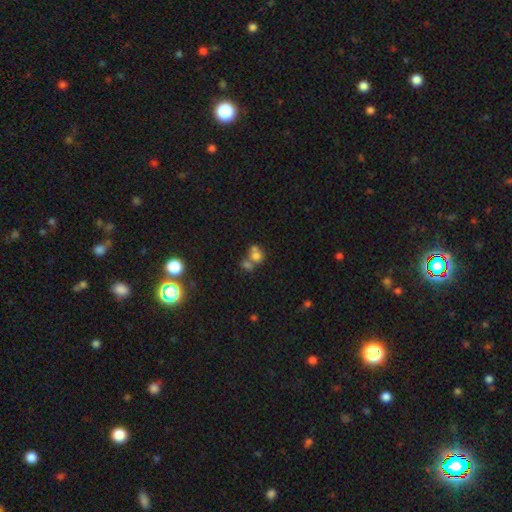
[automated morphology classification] Smooth or featured? Predicted: smooth (p=0.60). How rounded? Predicted: round (p=0.74). Merging? Predicted: merger (p=0.52).